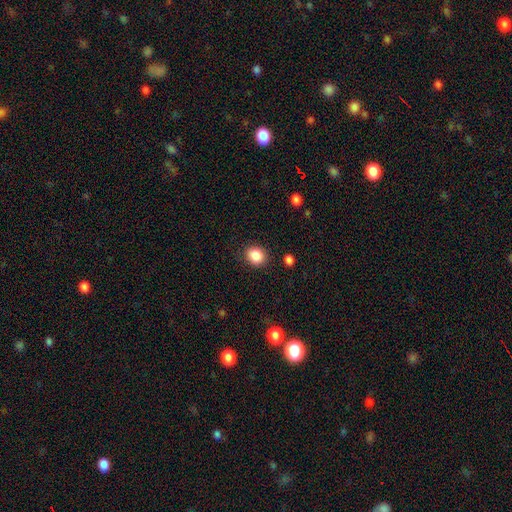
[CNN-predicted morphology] The model was most divided on "how rounded": round: 72%, in between: 27%, cigar-shaped: 1%. More confident: merging — none (88%); smooth or featured — smooth (87%).